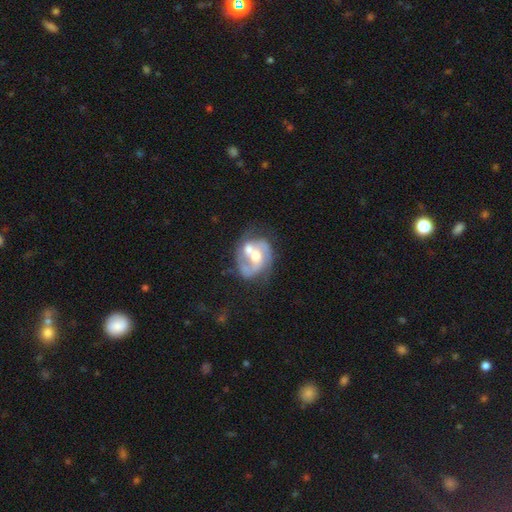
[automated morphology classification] type=featured or disk (78%); edge-on=no (98%); bar=no (55%); spiral arms=yes (83%); winding=medium (49%); arm count=2 (70%); bulge=moderate (68%); merging=merger (36%).